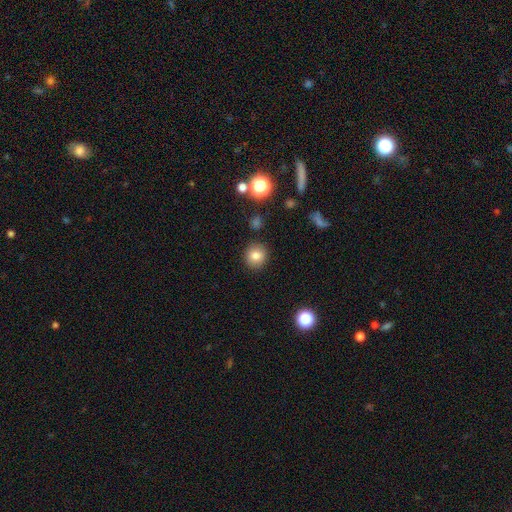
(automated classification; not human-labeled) Smooth or featured? Predicted: smooth (p=0.81). How rounded? Predicted: round (p=0.87). Merging? Predicted: none (p=0.89).